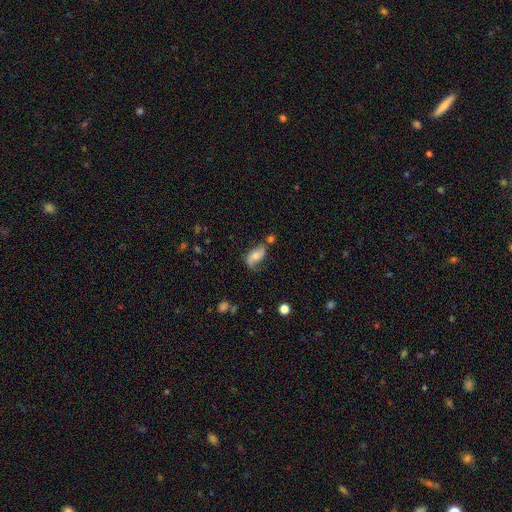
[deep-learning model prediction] Q: Smooth or featured?
A: featured or disk (64%); runner-up: smooth (27%)
Q: Edge-on disk?
A: no (94%); runner-up: yes (6%)
Q: Bar?
A: no (56%); runner-up: weak (30%)
Q: Spiral arms?
A: yes (88%); runner-up: no (12%)
Q: Spiral winding?
A: loose (67%); runner-up: medium (24%)
Q: Spiral arm count?
A: 2 (84%); runner-up: 1 (8%)
Q: Bulge size?
A: moderate (56%); runner-up: small (33%)
Q: Merging?
A: none (54%); runner-up: minor disturbance (24%)